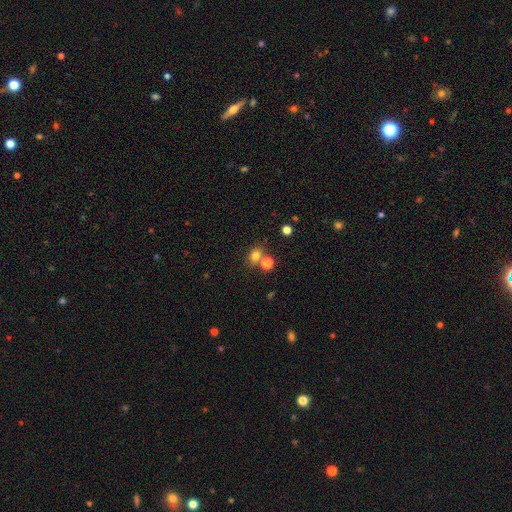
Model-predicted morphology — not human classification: Overall: smooth (75%). How rounded: round (59%; in between 40%). Merging: none (62%; merger 23%).